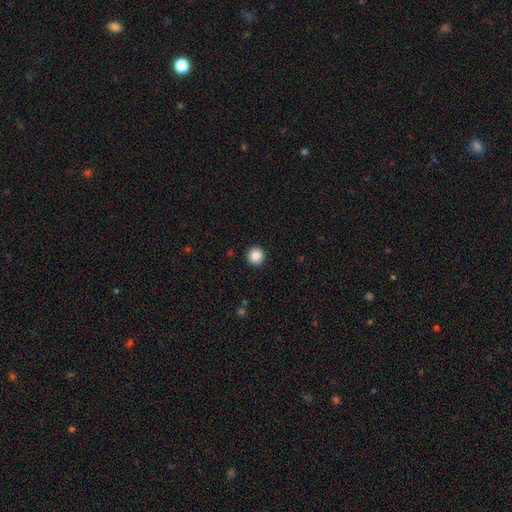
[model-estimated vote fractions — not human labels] This appears to be a smooth galaxy with no disk features (87%) that is round (95%). Merging: none (93%).